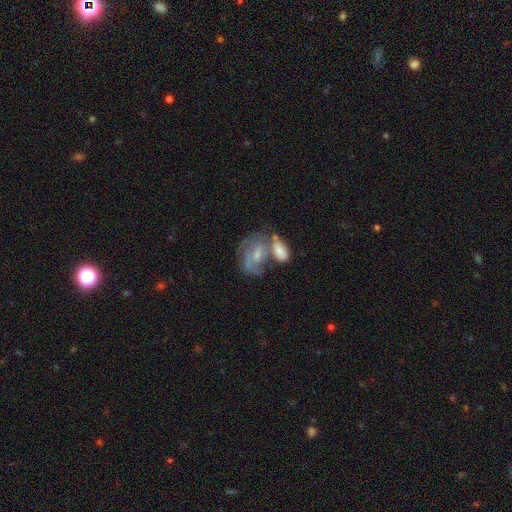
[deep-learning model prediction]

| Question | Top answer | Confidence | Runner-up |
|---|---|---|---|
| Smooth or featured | featured or disk | 63% | smooth (29%) |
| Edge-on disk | no | 97% | yes (3%) |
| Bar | no | 49% | weak (41%) |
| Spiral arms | yes | 74% | no (26%) |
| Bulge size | small | 47% | moderate (37%) |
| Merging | merger | 48% | none (25%) |